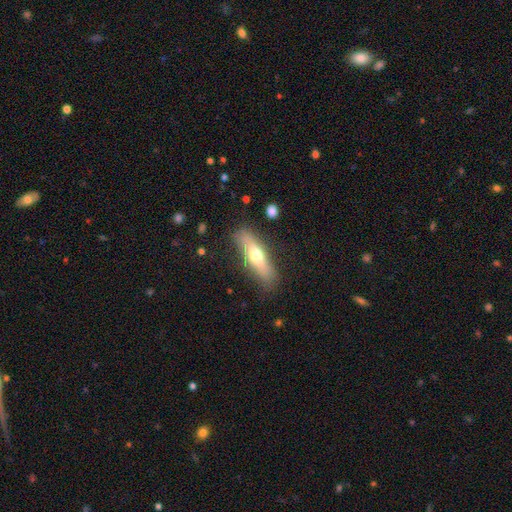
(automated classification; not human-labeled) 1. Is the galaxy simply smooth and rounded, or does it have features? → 52% smooth, 41% featured or disk, 7% star or artifact.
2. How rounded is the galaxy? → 60% cigar-shaped, 38% in between, 3% round.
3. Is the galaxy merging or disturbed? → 76% none, 16% minor disturbance, 5% major disturbance, 2% merger.